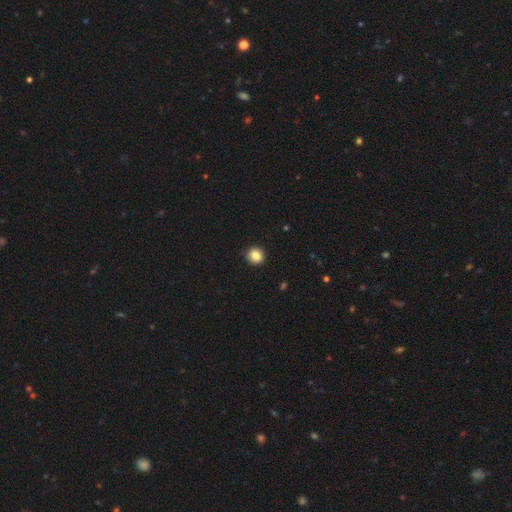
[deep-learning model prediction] smooth_or_featured: smooth (p=0.86) [alt: star or artifact p=0.10]
how_rounded: round (p=0.86) [alt: in between p=0.13]
merging: none (p=0.91) [alt: minor disturbance p=0.06]